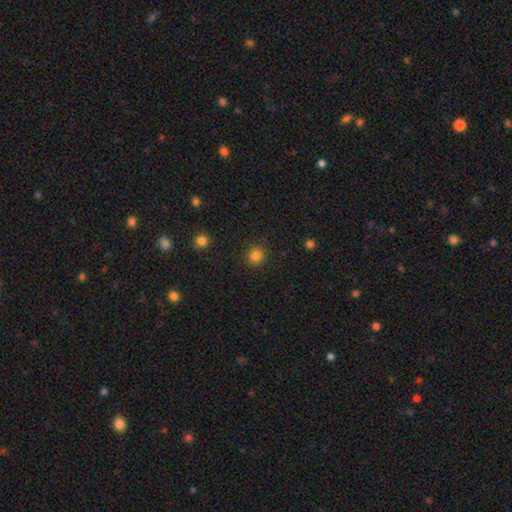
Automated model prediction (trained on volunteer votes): Overall: smooth (83%). How rounded: round (87%). Merging: none (89%).